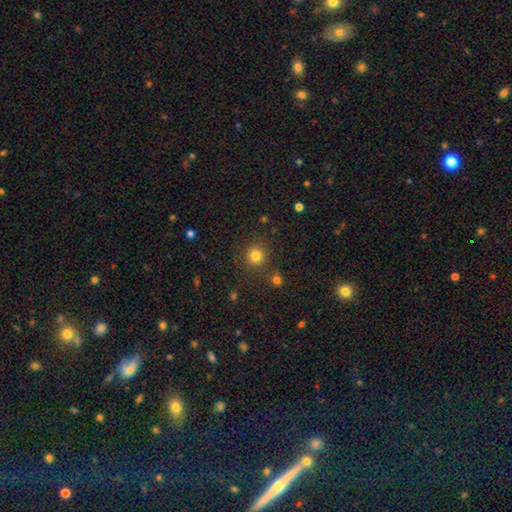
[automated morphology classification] A smooth galaxy with no disk features (80%) that is round (91%). Merging: none (82%).